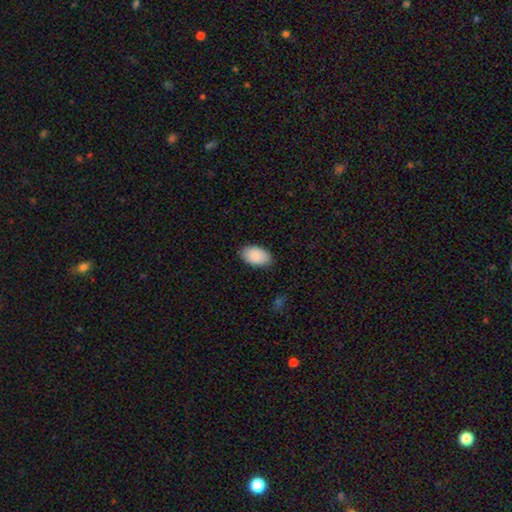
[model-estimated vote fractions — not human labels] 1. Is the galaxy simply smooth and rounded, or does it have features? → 90% smooth, 6% star or artifact, 4% featured or disk.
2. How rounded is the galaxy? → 93% in between, 6% round, 1% cigar-shaped.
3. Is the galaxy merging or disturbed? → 87% none, 10% minor disturbance, 2% major disturbance, 1% merger.